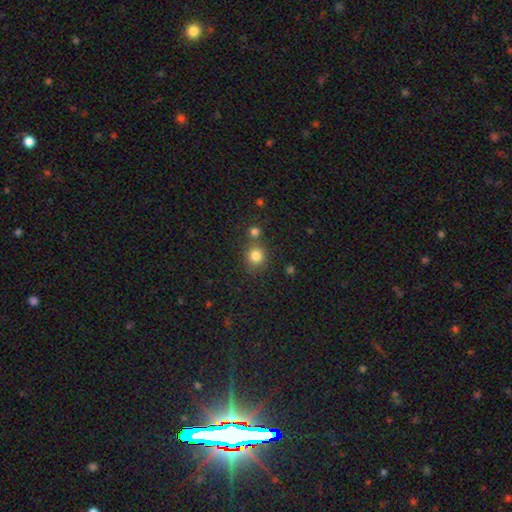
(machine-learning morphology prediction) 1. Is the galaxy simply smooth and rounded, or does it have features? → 81% smooth, 13% star or artifact, 6% featured or disk.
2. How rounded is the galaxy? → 87% round, 12% in between, 1% cigar-shaped.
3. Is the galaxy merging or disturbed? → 70% none, 18% merger, 9% minor disturbance, 3% major disturbance.